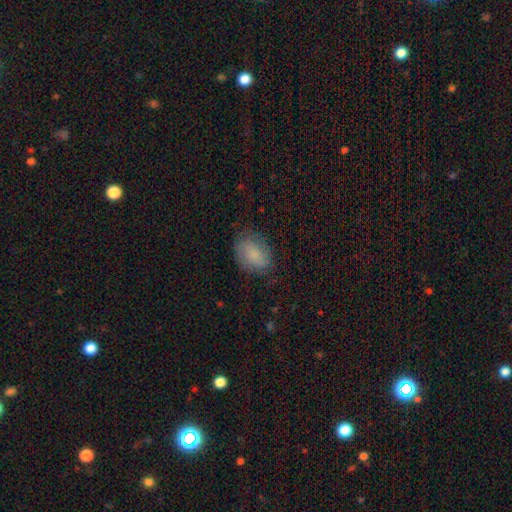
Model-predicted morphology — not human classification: Smooth or featured? Predicted: smooth (p=0.66). How rounded? Predicted: in between (p=0.78). Merging? Predicted: none (p=0.74).